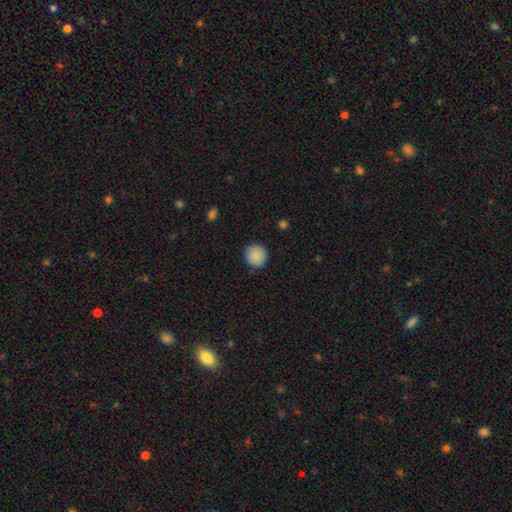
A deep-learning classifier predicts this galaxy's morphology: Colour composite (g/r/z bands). It shows a smooth galaxy with no disk features (89%) that is round (92%). Merging: none (90%).